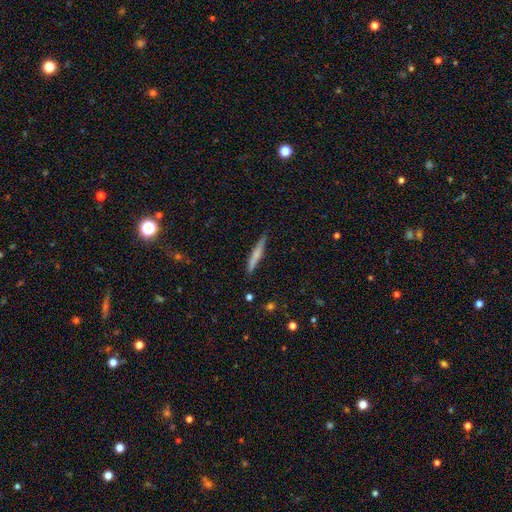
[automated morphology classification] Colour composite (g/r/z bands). It shows a smooth galaxy with no disk features (55%) that is cigar-shaped (94%). Merging: none (86%).